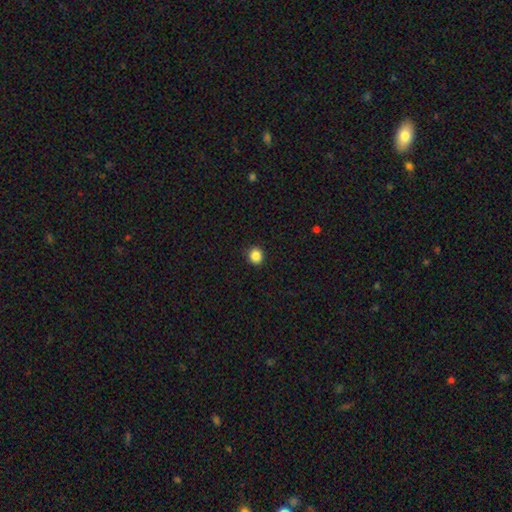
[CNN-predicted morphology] A smooth galaxy with no disk features (87%) that is round (83%). Merging: none (92%).